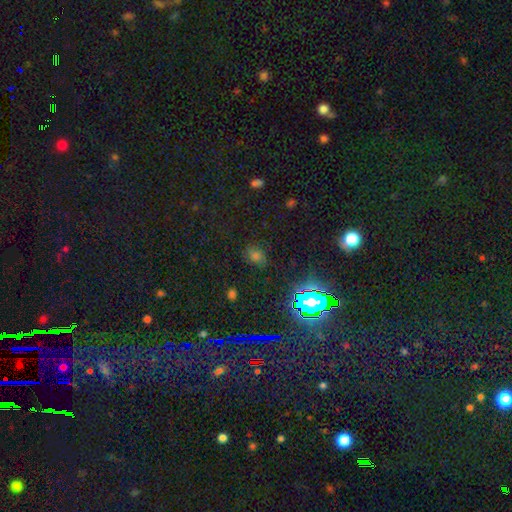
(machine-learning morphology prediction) A smooth galaxy with no disk features (51%) that is round (52%).

Vote fractions:
- Smooth or featured? smooth: 51% / star or artifact: 41% / featured or disk: 8%
- How rounded? round: 52% / in between: 46% / cigar-shaped: 2%
- Merging? none: 82% / minor disturbance: 12% / major disturbance: 4% / merger: 2%